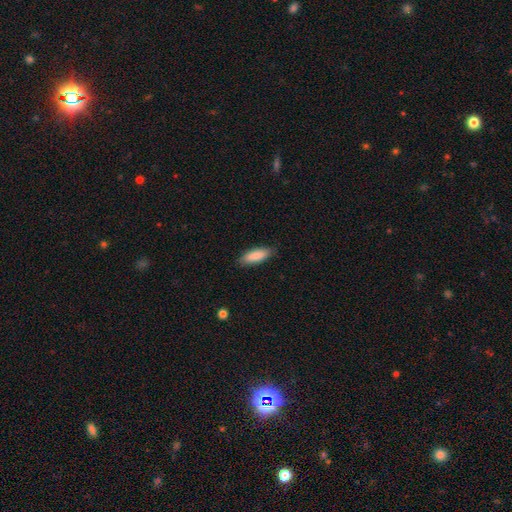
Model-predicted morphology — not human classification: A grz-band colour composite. It shows a smooth galaxy with no disk features (88%) that is in between round and cigar-shaped (61%). Merging: none (86%).